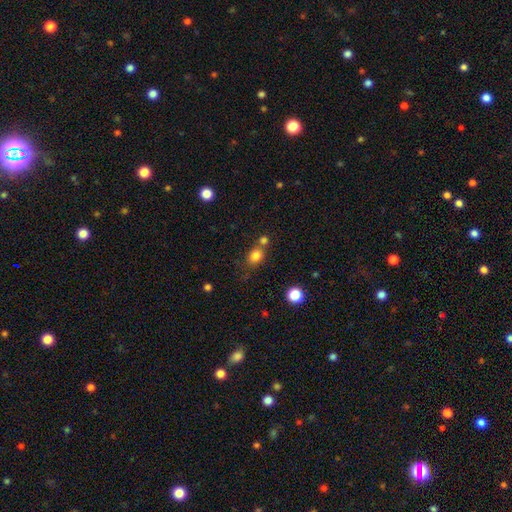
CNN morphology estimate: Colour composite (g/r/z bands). It shows a smooth galaxy with no disk features (81%) that is round (54%). Merging: none (57%).